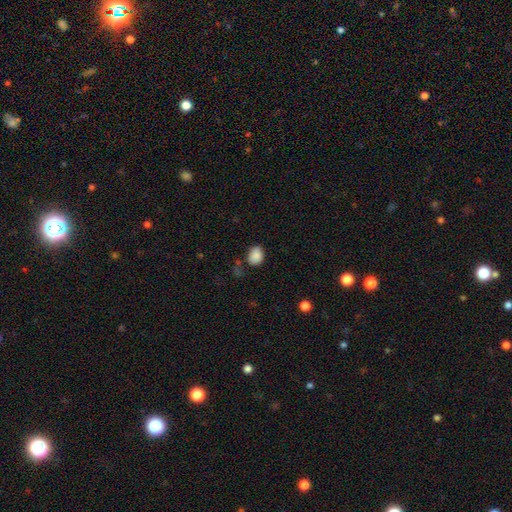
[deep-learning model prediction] Smooth or featured? Predicted: smooth (p=0.87). How rounded? Predicted: in between (p=0.59). Merging? Predicted: none (p=0.72).